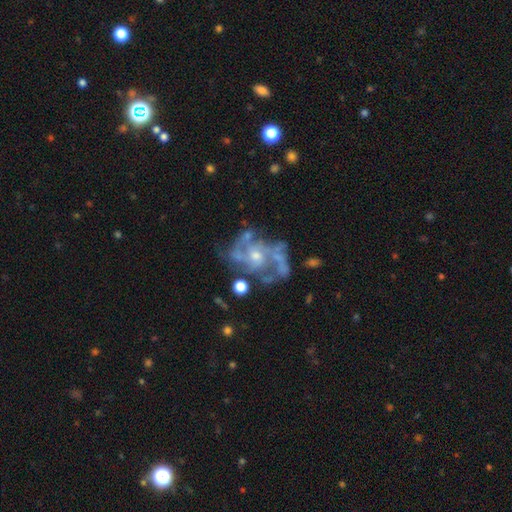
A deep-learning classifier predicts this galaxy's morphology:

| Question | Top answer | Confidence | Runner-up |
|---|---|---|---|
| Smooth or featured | featured or disk | 87% | star or artifact (8%) |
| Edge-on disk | no | 98% | yes (2%) |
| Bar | no | 68% | weak (26%) |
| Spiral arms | yes | 91% | no (9%) |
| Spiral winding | medium | 50% | tight (30%) |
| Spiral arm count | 2 | 29% | 3 (28%) |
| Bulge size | small | 53% | moderate (41%) |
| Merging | none | 57% | minor disturbance (18%) |